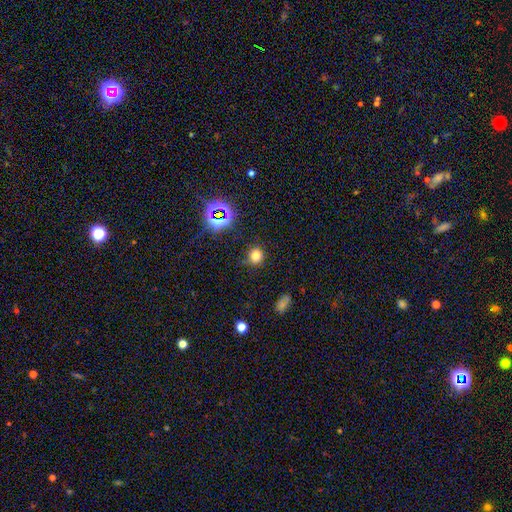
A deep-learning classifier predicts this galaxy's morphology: Smooth or featured?
  - smooth: 72% *
  - star or artifact: 21%
  - featured or disk: 7%
How rounded?
  - round: 87% *
  - in between: 12%
  - cigar-shaped: 1%
Merging?
  - none: 83% *
  - minor disturbance: 12%
  - major disturbance: 4%
  - merger: 2%